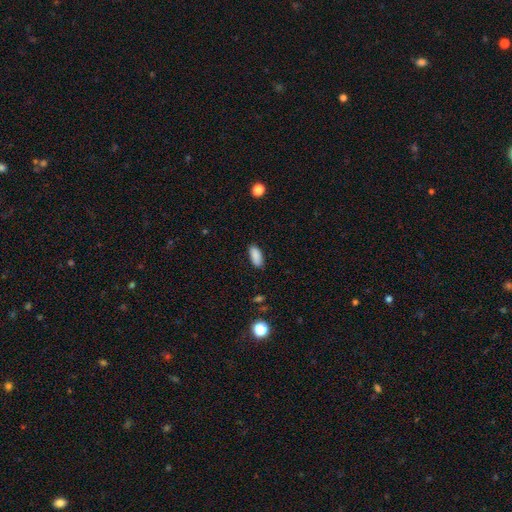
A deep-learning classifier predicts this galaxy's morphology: This appears to be a smooth galaxy with no disk features (89%) that is in between round and cigar-shaped (86%). Merging: none (86%).